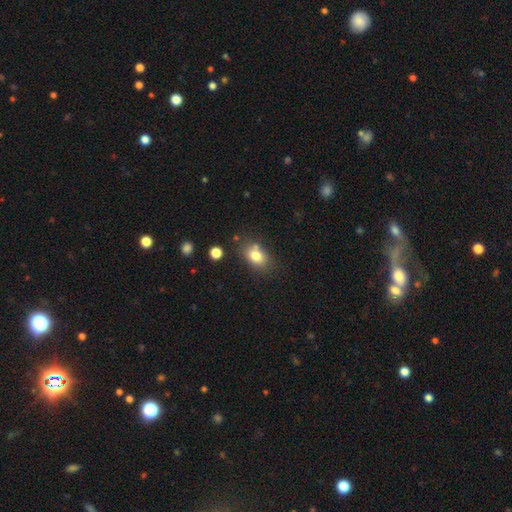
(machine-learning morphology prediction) The model was most divided on "how rounded": in between: 72%, round: 26%, cigar-shaped: 1%. More confident: smooth or featured — smooth (79%); merging — none (68%).